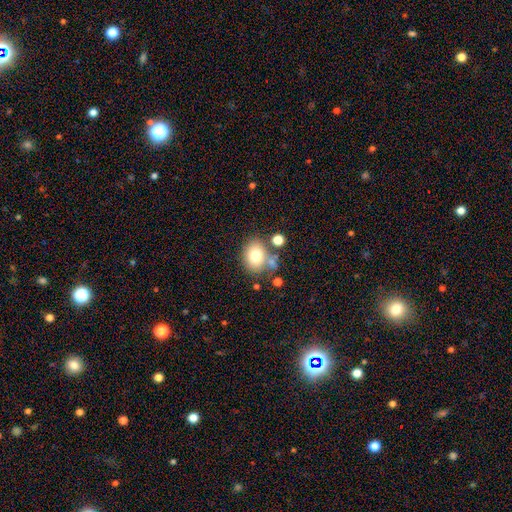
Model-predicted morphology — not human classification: Smooth or featured?
  - smooth: 75% *
  - featured or disk: 14%
  - star or artifact: 11%
How rounded?
  - in between: 50% * (tied)
  - round: 50% * (tied)
  - cigar-shaped: 1%
Merging?
  - none: 64% *
  - minor disturbance: 16%
  - merger: 14%
  - major disturbance: 6%